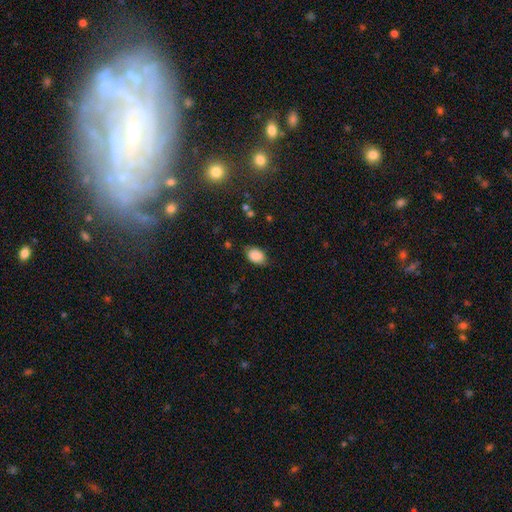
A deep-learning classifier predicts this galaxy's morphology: Smooth or featured? smooth (88%)
How rounded? in between (85%)
Merging? none (78%)